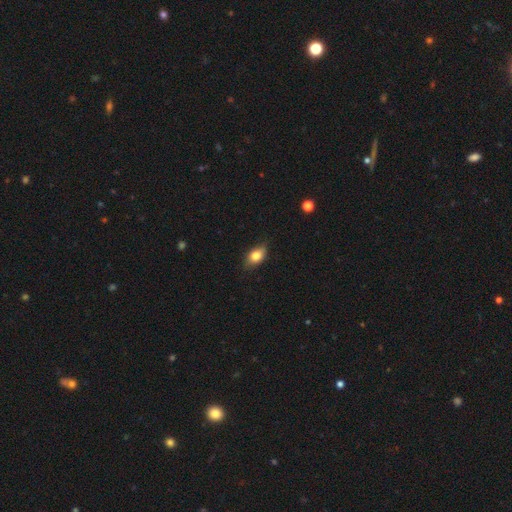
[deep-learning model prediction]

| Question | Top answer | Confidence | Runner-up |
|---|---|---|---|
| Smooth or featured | smooth | 77% | featured or disk (14%) |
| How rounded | in between | 81% | round (15%) |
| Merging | none | 77% | minor disturbance (19%) |